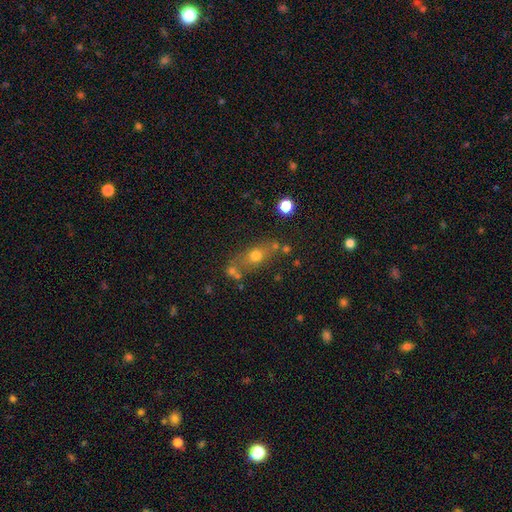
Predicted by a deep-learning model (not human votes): Smooth or featured? Predicted: smooth (p=0.63). How rounded? Predicted: in between (p=0.50). Merging? Predicted: none (p=0.57).